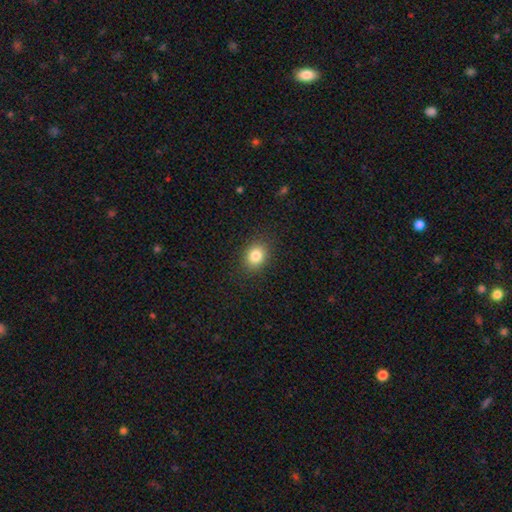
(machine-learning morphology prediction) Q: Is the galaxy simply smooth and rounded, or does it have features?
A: smooth — 83%.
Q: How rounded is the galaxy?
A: round — 54%.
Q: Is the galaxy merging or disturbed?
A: none — 88%.